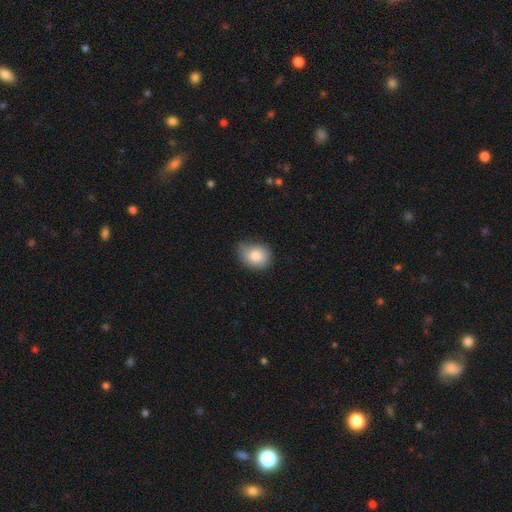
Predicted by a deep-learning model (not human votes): Overall: smooth (84%). How rounded: round (54%; in between 45%). Merging: none (55%; minor disturbance 36%).